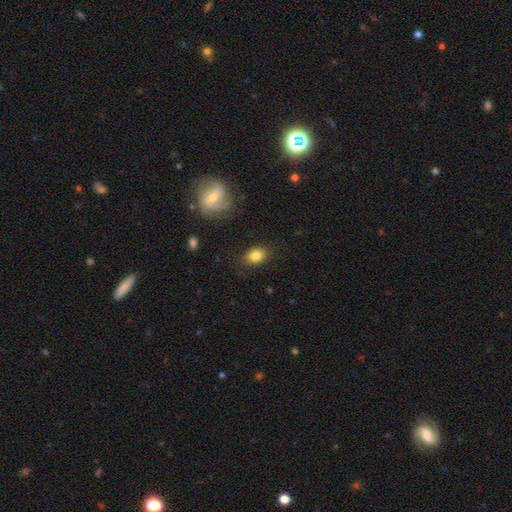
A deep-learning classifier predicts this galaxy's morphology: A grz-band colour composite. It shows a smooth galaxy with no disk features (83%) that is in between round and cigar-shaped (71%). Merging: none (85%).